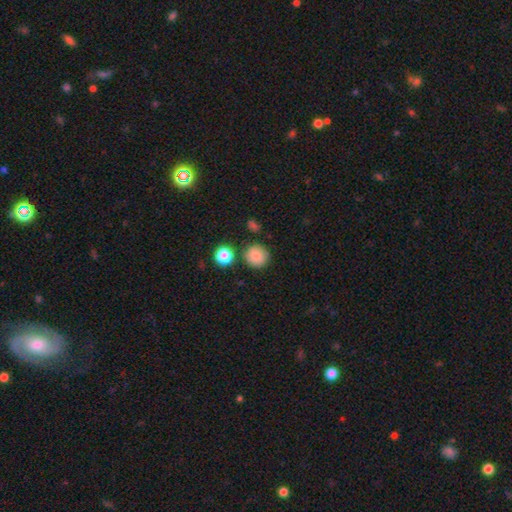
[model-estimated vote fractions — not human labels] The model was most divided on "merging": none: 82%, minor disturbance: 10%, merger: 5%, major disturbance: 3%. More confident: how rounded — round (91%); smooth or featured — smooth (84%).